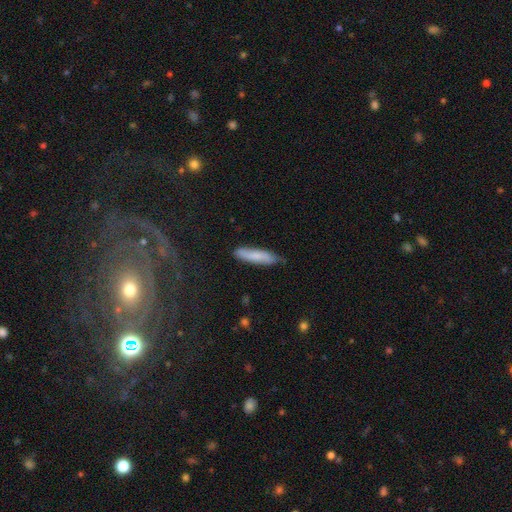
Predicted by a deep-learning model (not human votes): Smooth or featured? Predicted: smooth (p=0.72). How rounded? Predicted: cigar-shaped (p=0.79). Merging? Predicted: none (p=0.75).